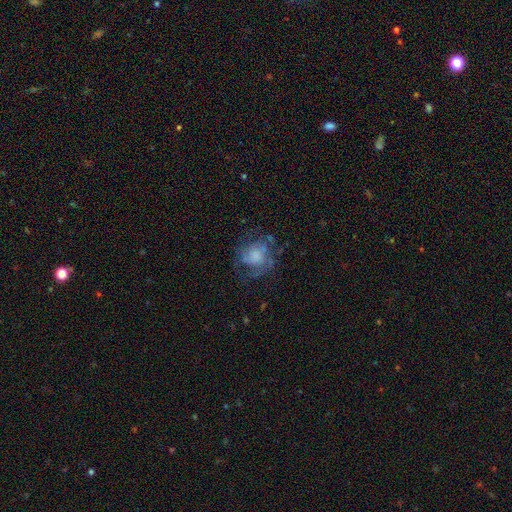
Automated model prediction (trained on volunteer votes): smooth_or_featured: featured or disk (p=0.48) [alt: smooth p=0.41]
merging: none (p=0.52) [alt: major disturbance p=0.25]